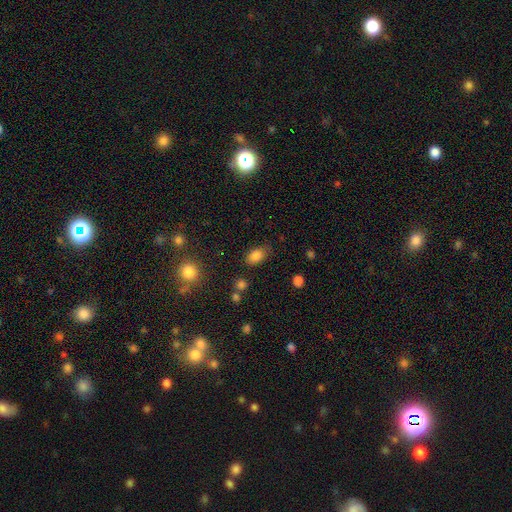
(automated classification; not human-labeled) Smooth or featured?
  - smooth: 83% *
  - star or artifact: 11%
  - featured or disk: 6%
How rounded?
  - in between: 86% *
  - round: 12%
  - cigar-shaped: 2%
Merging?
  - none: 75% *
  - minor disturbance: 17%
  - major disturbance: 5%
  - merger: 3%